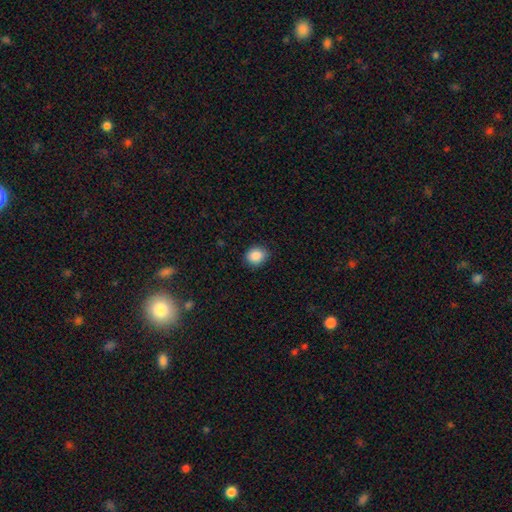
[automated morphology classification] Smooth or featured?
  - smooth: 88% *
  - star or artifact: 9%
  - featured or disk: 3%
How rounded?
  - round: 63% *
  - in between: 36%
  - cigar-shaped: 1%
Merging?
  - none: 84% *
  - minor disturbance: 12%
  - major disturbance: 3%
  - merger: 1%